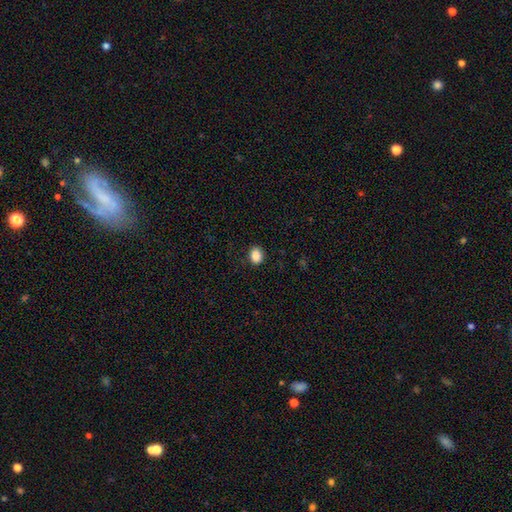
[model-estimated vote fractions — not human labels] Overall: smooth (86%). How rounded: in between (58%; round 41%). Merging: none (88%).